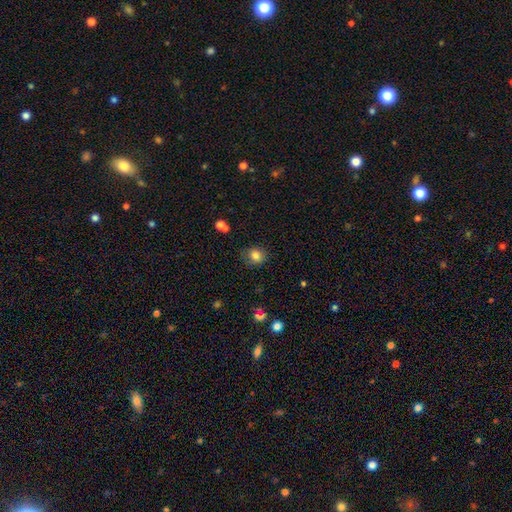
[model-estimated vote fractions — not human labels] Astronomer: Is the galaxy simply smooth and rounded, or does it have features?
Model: smooth — 83%.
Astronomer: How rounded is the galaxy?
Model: round — 77%.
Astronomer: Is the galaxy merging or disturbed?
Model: none — 81%.